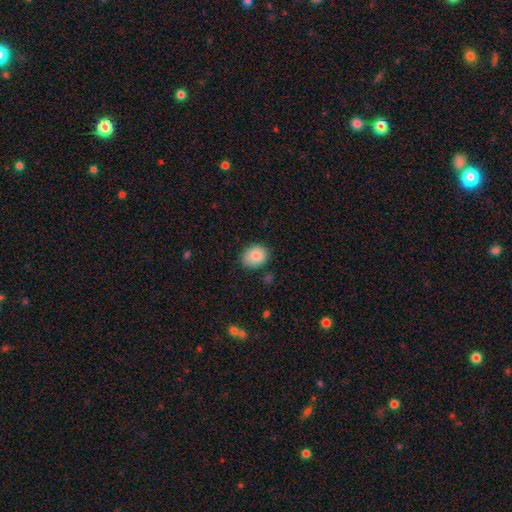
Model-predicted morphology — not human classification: Smooth or featured? Predicted: smooth (p=0.85). How rounded? Predicted: in between (p=0.58). Merging? Predicted: none (p=0.81).